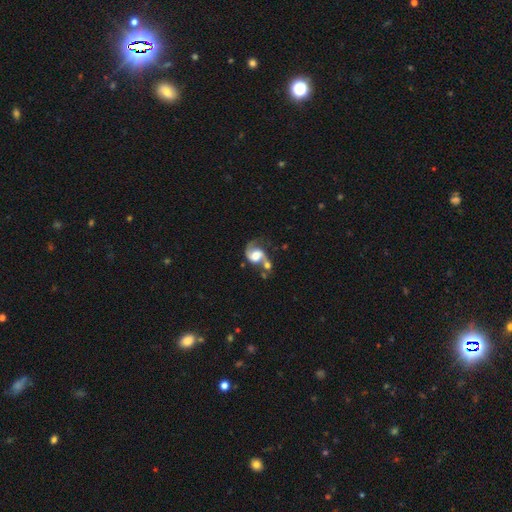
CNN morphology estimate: The model was most divided on "spiral winding": loose: 44%, medium: 42%, tight: 14%. Remaining: edge-on disk — no (98%); spiral arms — yes (91%); smooth or featured — featured or disk (73%); spiral arm count — 2 (70%); bar — no (55%); bulge size — large (45%); merging — merger (34%).